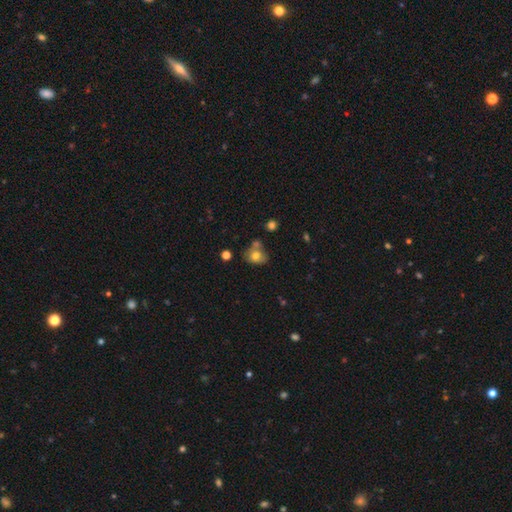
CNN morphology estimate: Smooth or featured? Predicted: smooth (p=0.73). How rounded? Predicted: in between (p=0.51). Merging? Predicted: none (p=0.52).